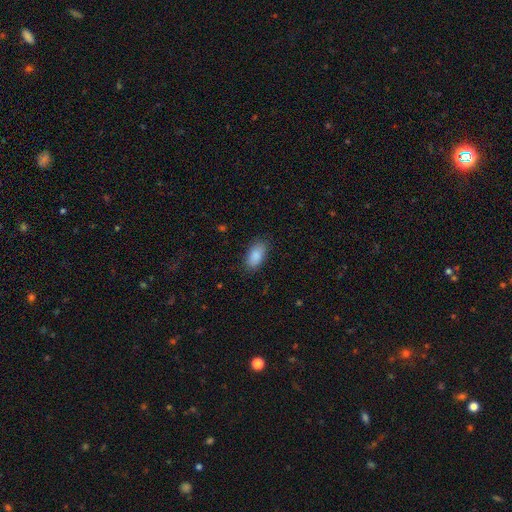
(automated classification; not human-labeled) Morphology: type=smooth (88%); roundness=in between (93%); merging=none (85%).